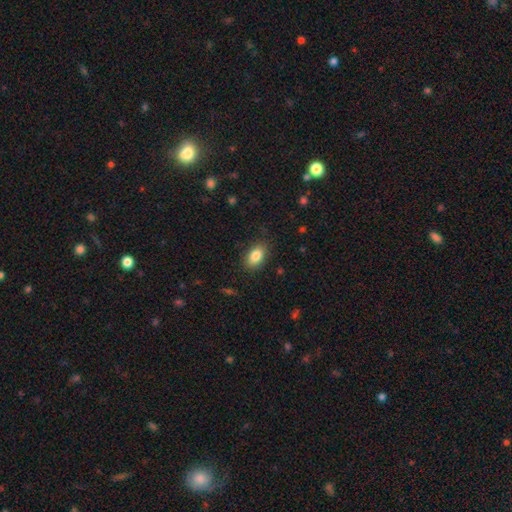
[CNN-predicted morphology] Q: Smooth or featured?
A: smooth (84%); runner-up: star or artifact (8%)
Q: How rounded?
A: in between (88%); runner-up: round (10%)
Q: Merging?
A: none (86%); runner-up: minor disturbance (11%)